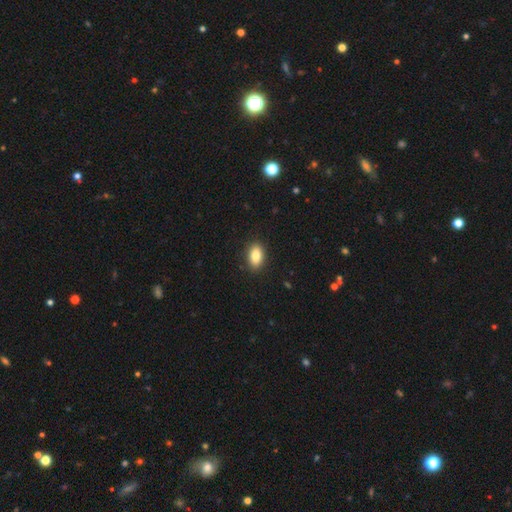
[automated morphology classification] This is clearly a smooth galaxy (84%). How rounded: clearly in between (89%). Merging: clearly none (89%).